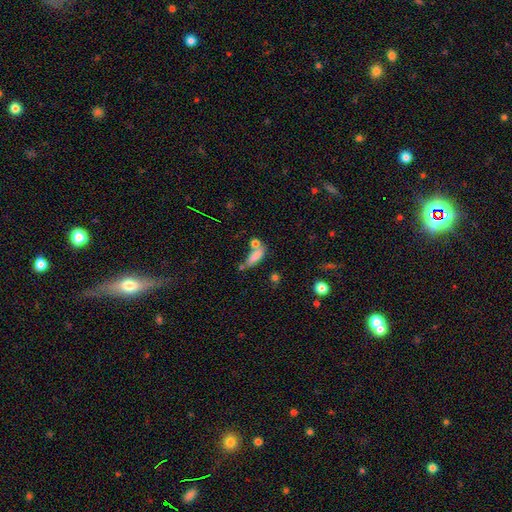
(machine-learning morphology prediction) Smooth or featured: smooth — 77% (featured or disk — 13%)
How rounded: cigar-shaped — 51% (in between — 45%)
Merging: none — 45% (merger — 29%)